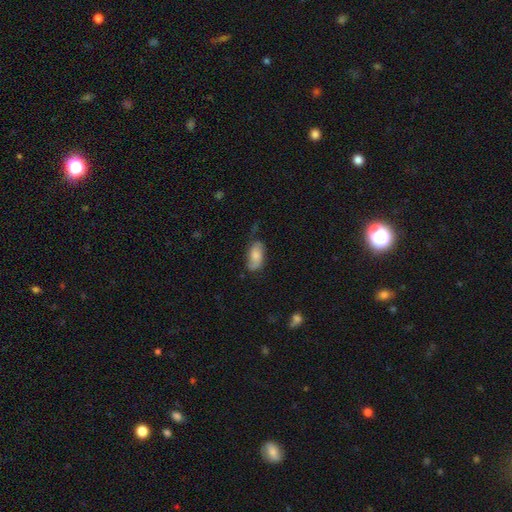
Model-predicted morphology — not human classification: A smooth galaxy with no disk features (66%) that is in between round and cigar-shaped (90%). Merging: none (64%).